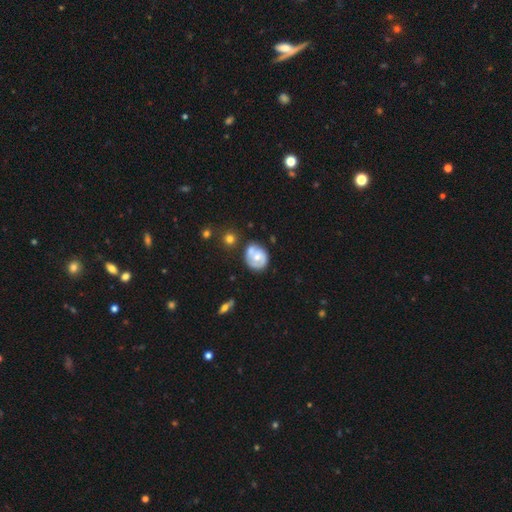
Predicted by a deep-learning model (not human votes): smooth-or-featured: featured or disk: 54% | smooth: 40% | star or artifact: 7%
  disk-edge-on: no: 97% | yes: 3%
    bar: no: 73% | weak: 23% | strong: 4%
    has-spiral-arms: yes: 64% | no: 36%
    bulge-size: moderate: 60% | small: 32% | large: 4% | none: 3% | dominant: 1%
  merging: none: 51% | minor disturbance: 22% | merger: 20% | major disturbance: 7%